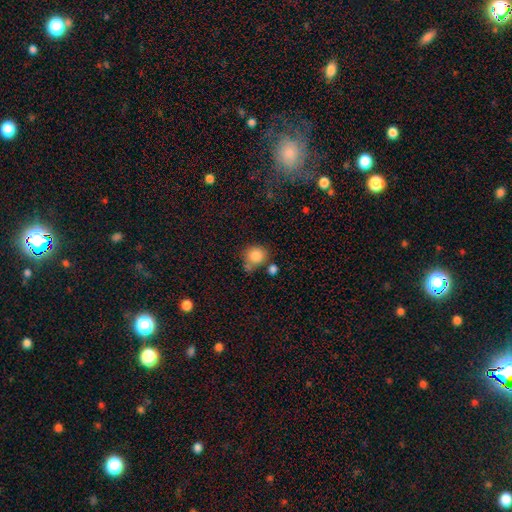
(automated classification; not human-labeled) This is clearly a smooth galaxy (85%). How rounded: clearly round (83%). Merging: possibly none (57%).